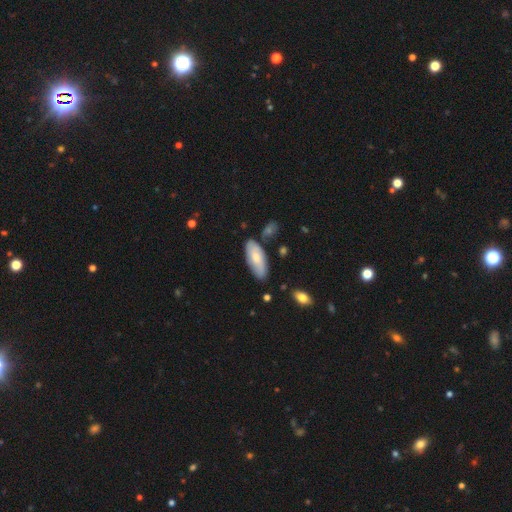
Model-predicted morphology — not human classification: A smooth galaxy with no disk features (69%) that is in between round and cigar-shaped (83%). Merging: none (74%).